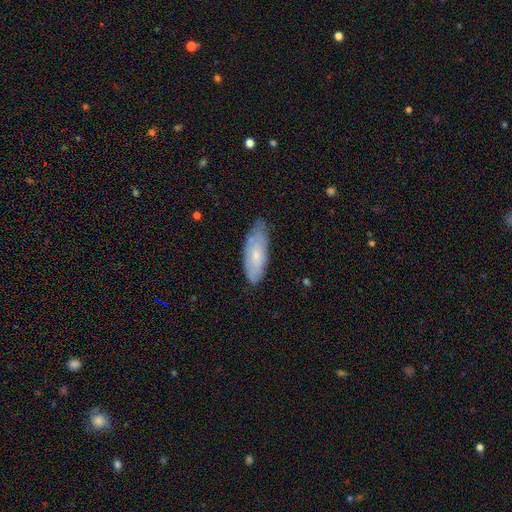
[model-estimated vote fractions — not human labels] A smooth galaxy with no disk features (56%) that is in between round and cigar-shaped (71%). Merging: none (66%).